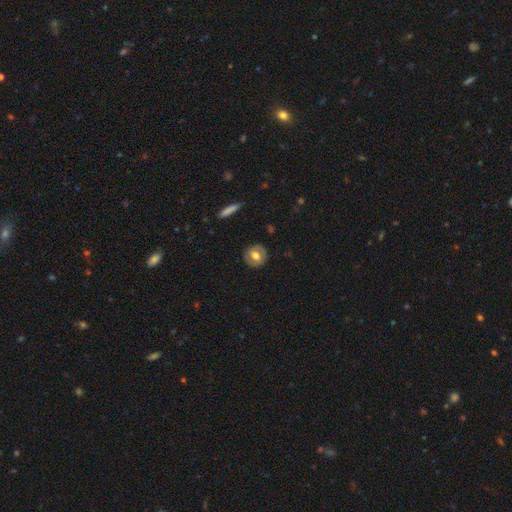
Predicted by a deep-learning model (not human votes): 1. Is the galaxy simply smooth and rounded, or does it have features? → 53% smooth, 40% featured or disk, 7% star or artifact.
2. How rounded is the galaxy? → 80% round, 19% in between, 1% cigar-shaped.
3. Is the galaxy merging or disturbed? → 85% none, 10% minor disturbance, 3% major disturbance, 1% merger.